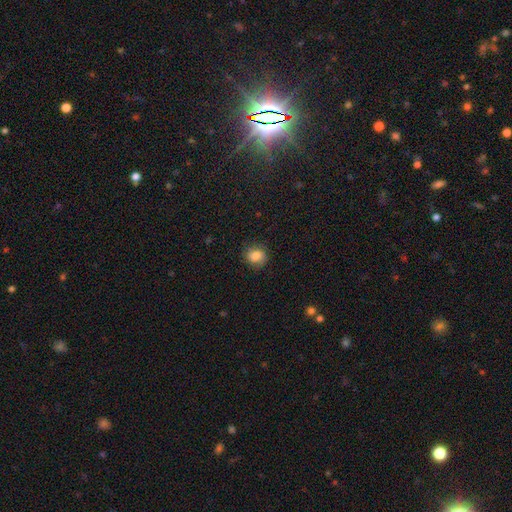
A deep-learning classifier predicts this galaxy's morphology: The model was most divided on "how rounded": round: 73%, in between: 26%, cigar-shaped: 1%. More confident: merging — none (80%); smooth or featured — smooth (78%).